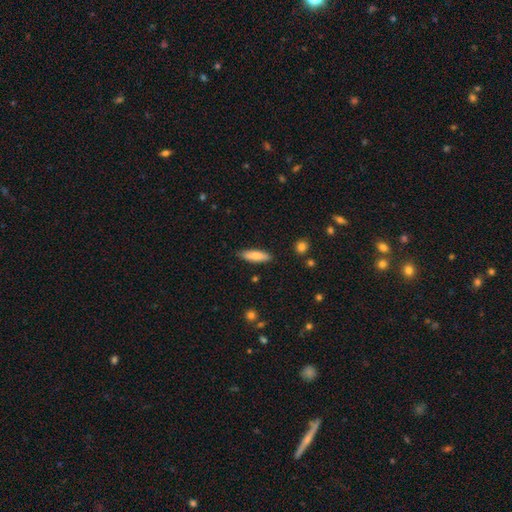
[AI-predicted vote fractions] This appears to be a smooth galaxy with no disk features (79%) that is cigar-shaped (58%). Merging: none (86%).